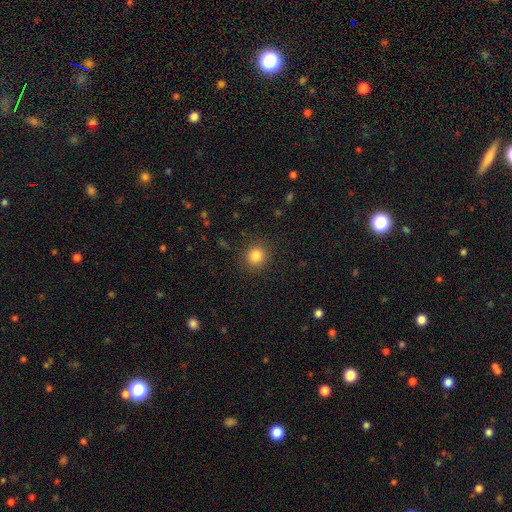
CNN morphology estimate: Smooth or featured? Predicted: smooth (p=0.84). How rounded? Predicted: round (p=0.89). Merging? Predicted: none (p=0.88).